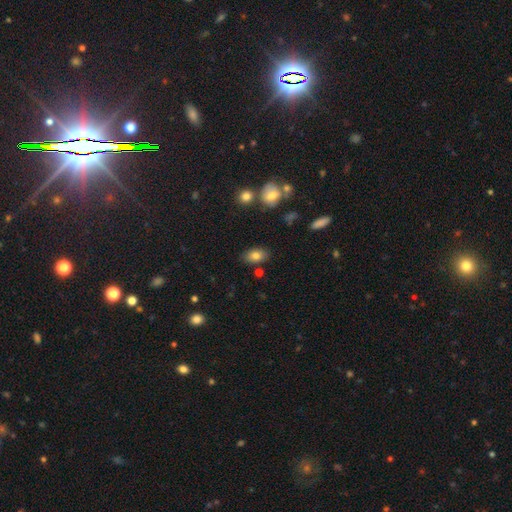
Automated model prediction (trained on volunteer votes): Smooth or featured?
  - smooth: 79% *
  - featured or disk: 11%
  - star or artifact: 9%
How rounded?
  - in between: 88% *
  - round: 10%
  - cigar-shaped: 2%
Merging?
  - none: 81% *
  - minor disturbance: 12%
  - merger: 4%
  - major disturbance: 3%